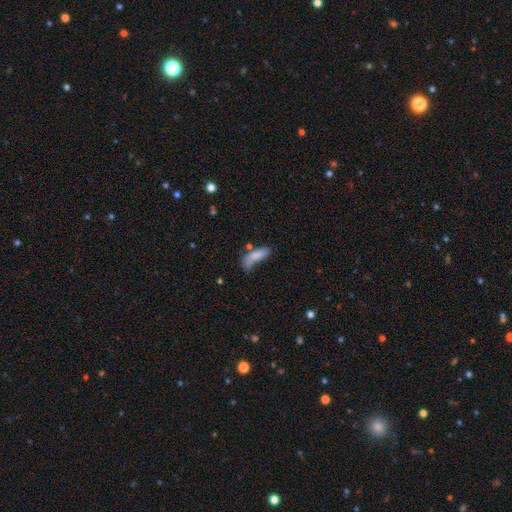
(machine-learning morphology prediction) Smooth or featured: smooth — 79% (featured or disk — 12%)
How rounded: in between — 63% (cigar-shaped — 34%)
Merging: none — 38% (minor disturbance — 31%)